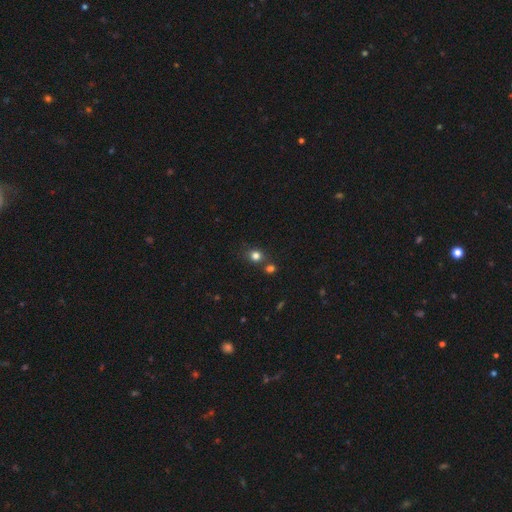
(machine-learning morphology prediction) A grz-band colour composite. It shows a smooth galaxy with no disk features (78%) that is round (78%). Merging: none (68%).